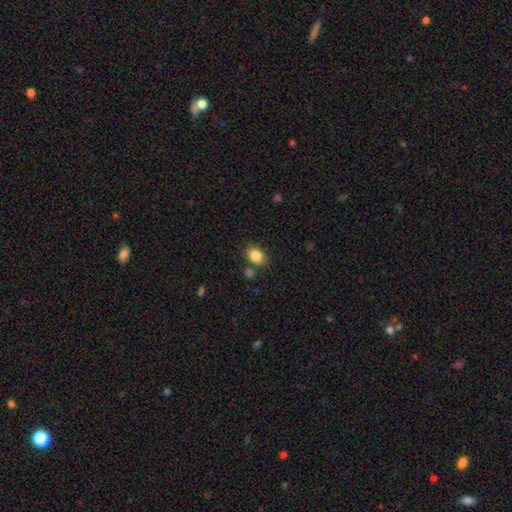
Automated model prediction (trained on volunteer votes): Smooth or featured?
  - smooth: 85% *
  - star or artifact: 9%
  - featured or disk: 6%
How rounded?
  - in between: 65% *
  - round: 34%
  - cigar-shaped: 1%
Merging?
  - none: 75% *
  - minor disturbance: 12%
  - merger: 9%
  - major disturbance: 4%